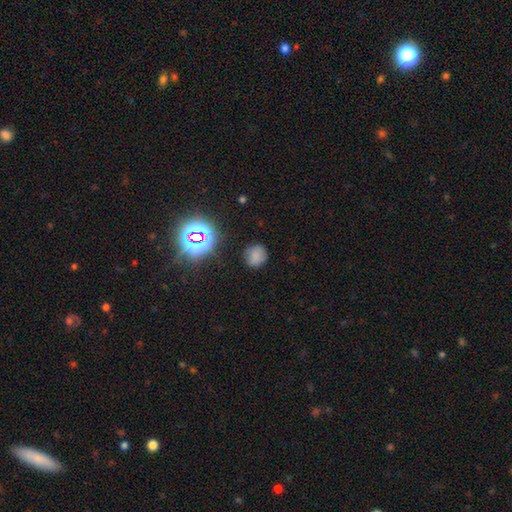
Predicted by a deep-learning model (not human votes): smooth_or_featured: smooth (p=0.70) [alt: star or artifact p=0.22]
how_rounded: round (p=0.83) [alt: in between p=0.16]
merging: none (p=0.81) [alt: minor disturbance p=0.13]